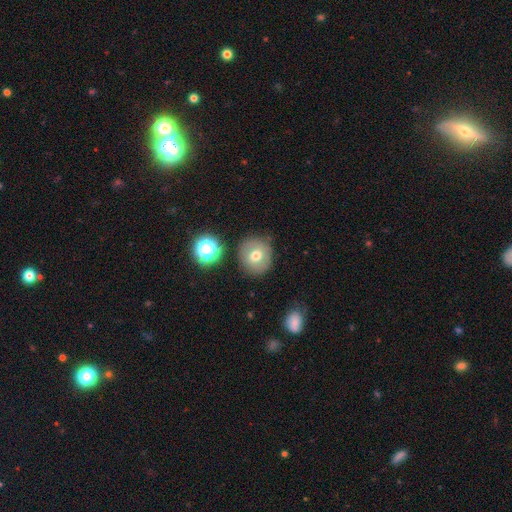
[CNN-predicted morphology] This is likely a smooth galaxy (67%). How rounded: clearly round (87%). Merging: likely none (79%).